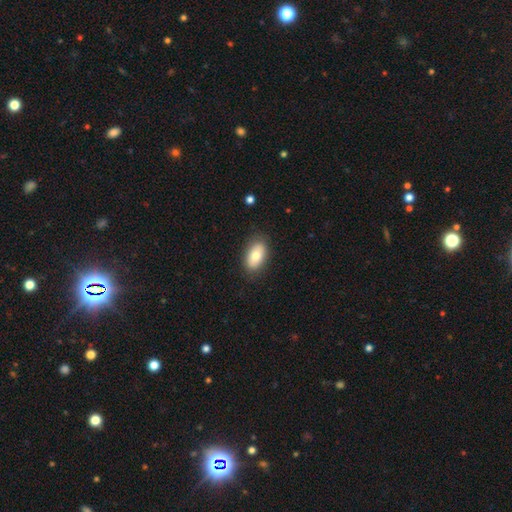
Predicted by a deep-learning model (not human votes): A smooth galaxy with no disk features (76%) that is in between round and cigar-shaped (92%). Merging: none (85%).